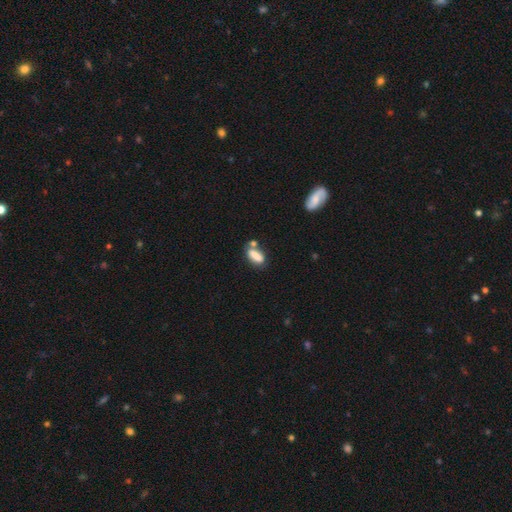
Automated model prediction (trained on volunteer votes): Smooth or featured? smooth (81%)
How rounded? in between (73%)
Merging? none (51%)